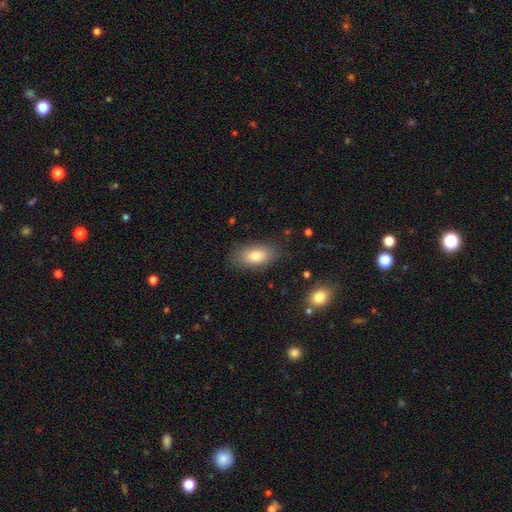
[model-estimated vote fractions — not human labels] Smooth or featured: smooth — 79% (featured or disk — 13%)
How rounded: in between — 90% (round — 5%)
Merging: none — 81% (minor disturbance — 14%)